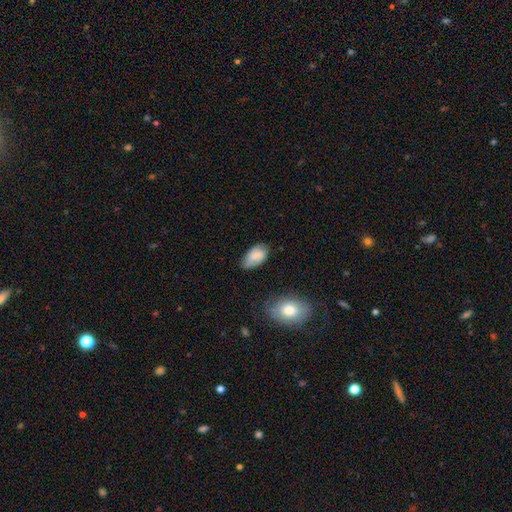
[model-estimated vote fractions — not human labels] A smooth galaxy with no disk features (78%) that is in between round and cigar-shaped (94%). Merging: none (63%).